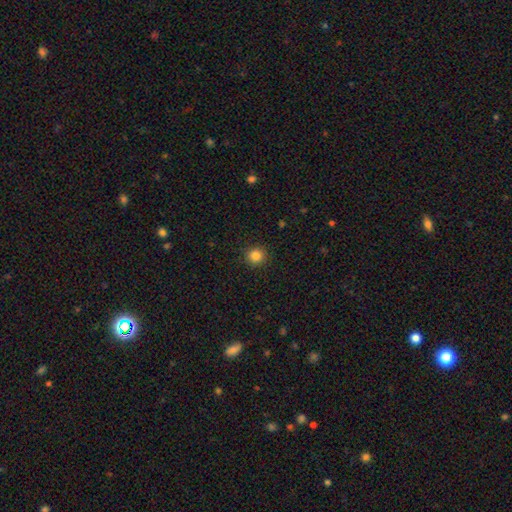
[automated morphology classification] The model was most divided on "smooth or featured": smooth: 85%, star or artifact: 11%, featured or disk: 4%. More confident: how rounded — round (93%); merging — none (92%).